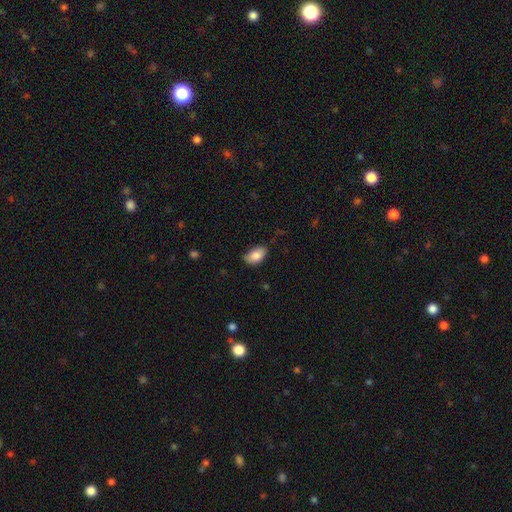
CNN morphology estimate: type=smooth (83%); roundness=in between (91%); merging=none (69%).